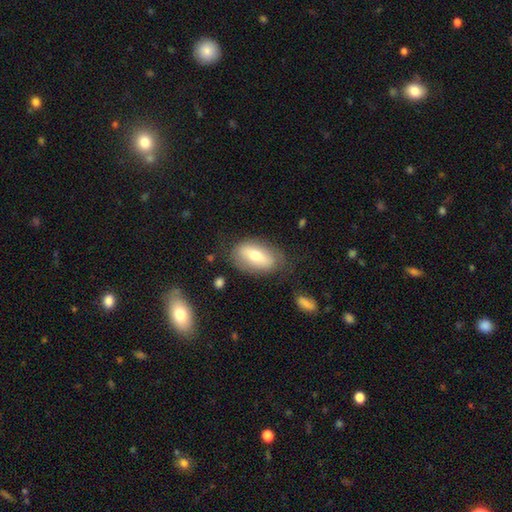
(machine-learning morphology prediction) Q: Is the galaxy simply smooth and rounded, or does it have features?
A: smooth — 64%.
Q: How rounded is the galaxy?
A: in between — 88%.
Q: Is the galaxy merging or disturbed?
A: none — 70%.